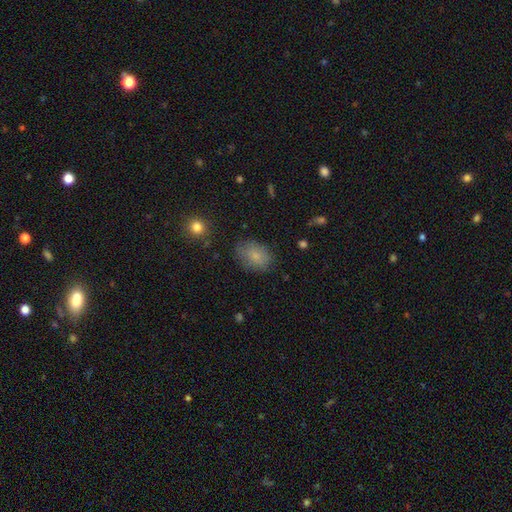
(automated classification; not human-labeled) A smooth galaxy with no disk features (78%) that is in between round and cigar-shaped (74%). Merging: none (75%).